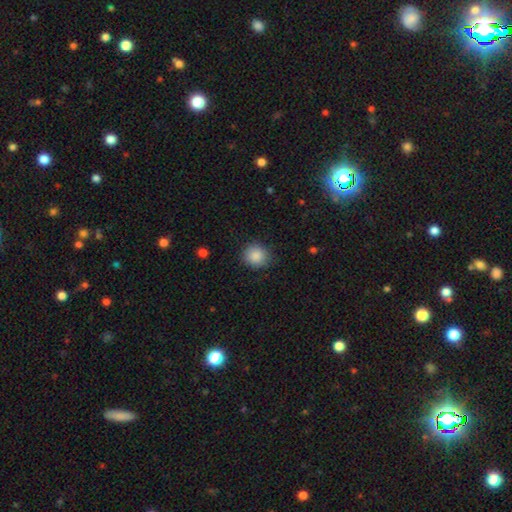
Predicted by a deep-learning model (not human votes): A smooth galaxy with no disk features (87%) that is round (81%).

Vote fractions:
- Smooth or featured? smooth: 87% / star or artifact: 9% / featured or disk: 4%
- How rounded? round: 81% / in between: 18% / cigar-shaped: 1%
- Merging? none: 84% / minor disturbance: 12% / major disturbance: 3% / merger: 1%